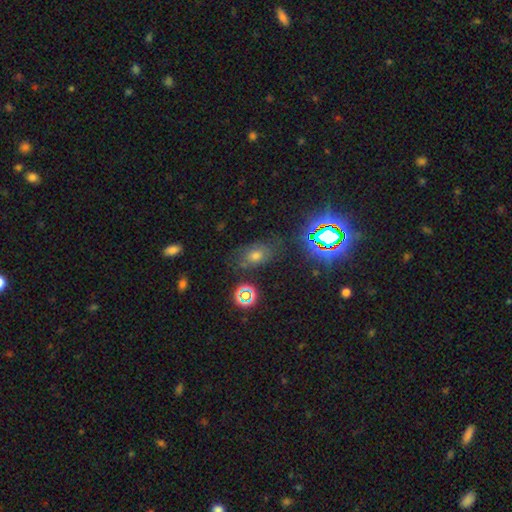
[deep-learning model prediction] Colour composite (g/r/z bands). It shows a smooth galaxy with no disk features (49%). Merging: none (75%).